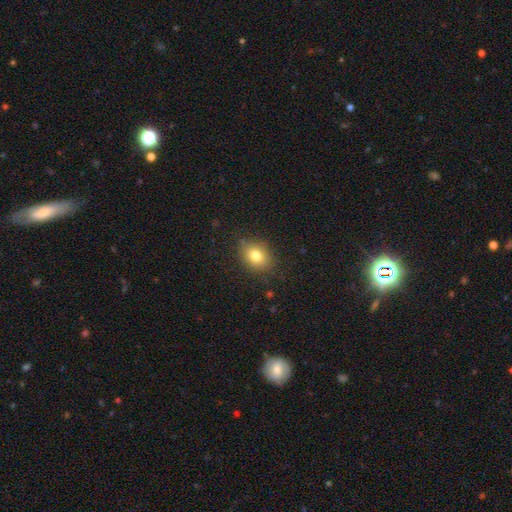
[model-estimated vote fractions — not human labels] Smooth or featured?
  - smooth: 79% *
  - star or artifact: 11%
  - featured or disk: 9%
How rounded?
  - round: 50% *
  - in between: 49%
  - cigar-shaped: 1%
Merging?
  - none: 83% *
  - minor disturbance: 12%
  - major disturbance: 3%
  - merger: 1%